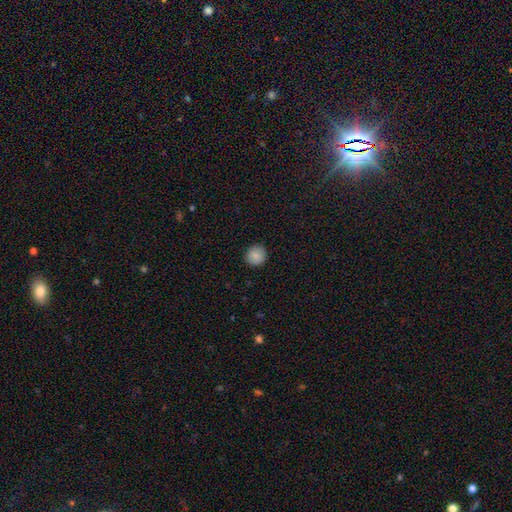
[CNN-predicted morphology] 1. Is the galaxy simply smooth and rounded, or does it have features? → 87% smooth, 8% star or artifact, 5% featured or disk.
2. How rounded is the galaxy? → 90% round, 9% in between, 1% cigar-shaped.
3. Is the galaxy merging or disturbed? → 91% none, 7% minor disturbance, 2% major disturbance, 1% merger.